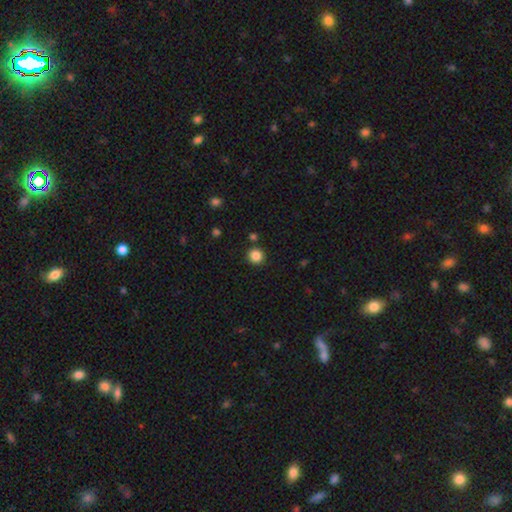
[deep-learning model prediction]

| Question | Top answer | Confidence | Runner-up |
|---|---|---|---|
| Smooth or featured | smooth | 86% | star or artifact (11%) |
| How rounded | round | 94% | in between (6%) |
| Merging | none | 88% | minor disturbance (6%) |